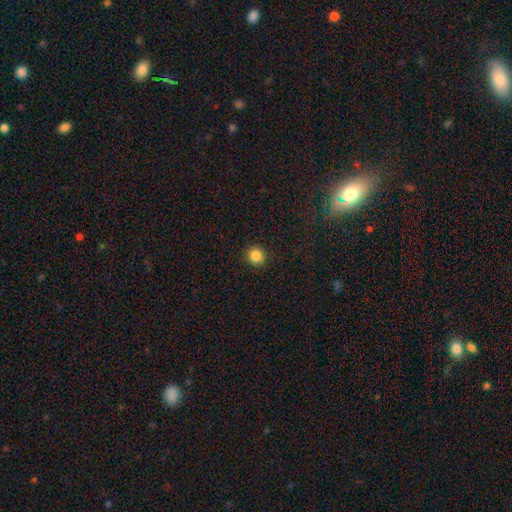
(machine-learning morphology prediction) A smooth galaxy with no disk features (85%) that is round (88%).

Vote fractions:
- Smooth or featured? smooth: 85% / star or artifact: 11% / featured or disk: 4%
- How rounded? round: 88% / in between: 11% / cigar-shaped: 1%
- Merging? none: 92% / minor disturbance: 5% / major disturbance: 2% / merger: 1%